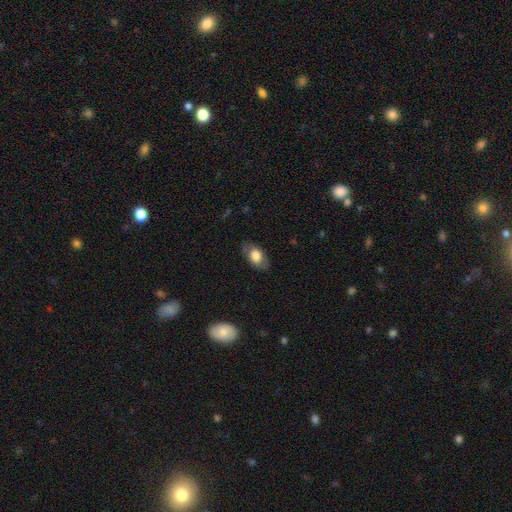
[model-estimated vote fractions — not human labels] This is likely a smooth galaxy (71%). How rounded: clearly in between (91%). Merging: likely none (80%).